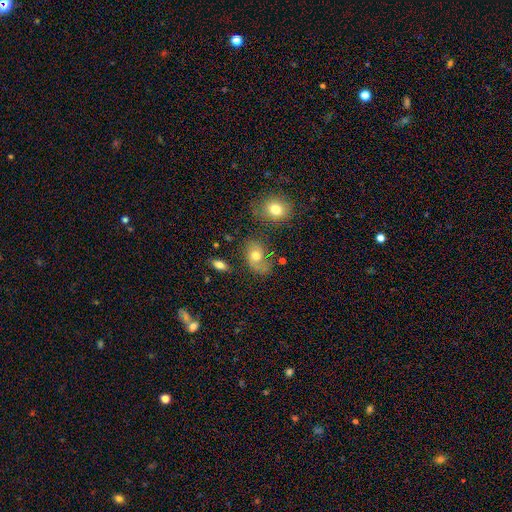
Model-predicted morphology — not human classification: A smooth galaxy with no disk features (51%) that is in between round and cigar-shaped (69%).

Vote fractions:
- Smooth or featured? smooth: 51% / featured or disk: 37% / star or artifact: 12%
- How rounded? in between: 69% / round: 29% / cigar-shaped: 1%
- Merging? none: 55% / minor disturbance: 24% / major disturbance: 14% / merger: 7%